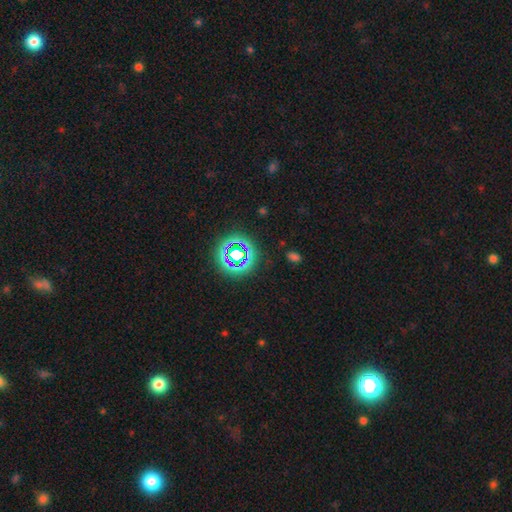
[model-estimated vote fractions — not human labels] Overall: star or artifact (63%; smooth 30%).